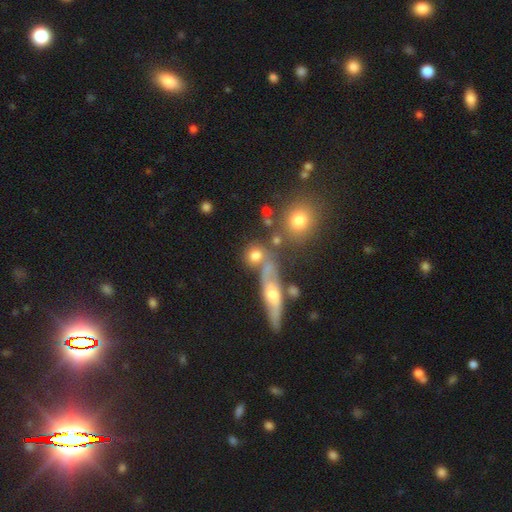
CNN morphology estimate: A smooth galaxy with no disk features (73%) that is round (75%). Merging: none (58%).